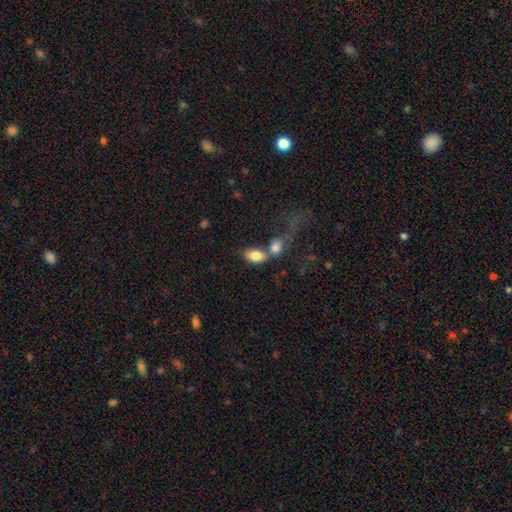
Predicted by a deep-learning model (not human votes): Q: Smooth or featured?
A: smooth (81%); runner-up: featured or disk (12%)
Q: How rounded?
A: in between (88%); runner-up: round (9%)
Q: Merging?
A: merger (48%); runner-up: none (35%)